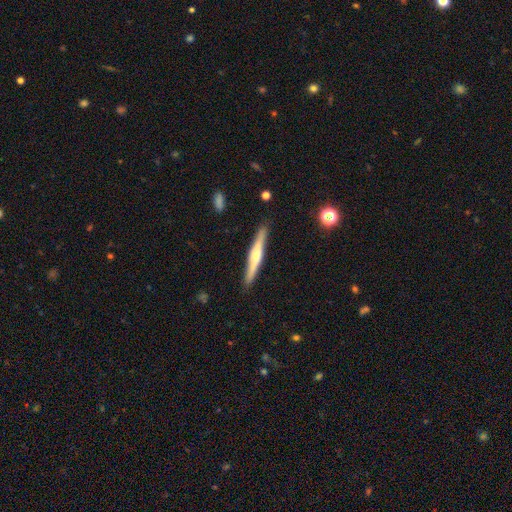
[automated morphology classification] Smooth or featured: featured or disk — 63% (smooth — 31%)
Edge-on disk: yes — 97% (no — 3%)
Edge-on bulge: rounded — 82% (none — 11%)
Merging: none — 89% (minor disturbance — 8%)